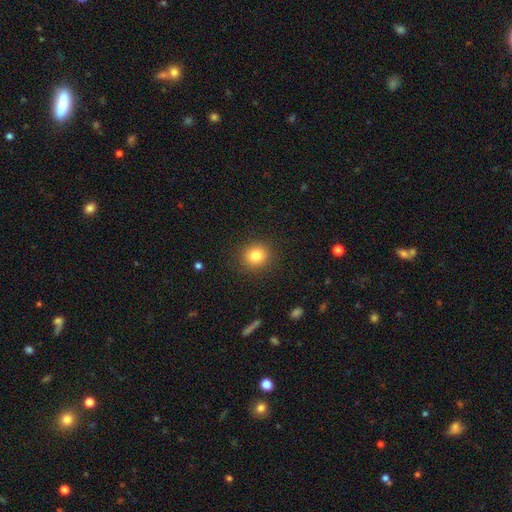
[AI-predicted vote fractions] smooth-or-featured: smooth: 82% | star or artifact: 11% | featured or disk: 7%
  how-rounded: round: 85% | in between: 14% | cigar-shaped: 1%
  merging: none: 90% | minor disturbance: 7% | major disturbance: 3% | merger: 1%